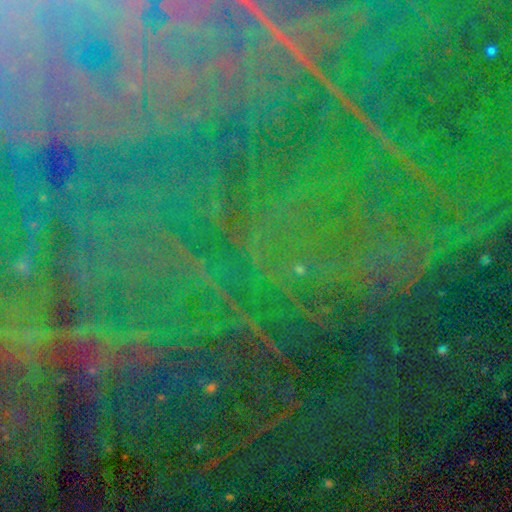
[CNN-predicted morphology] Smooth or featured?
  - star or artifact: 87% *
  - featured or disk: 7%
  - smooth: 6%